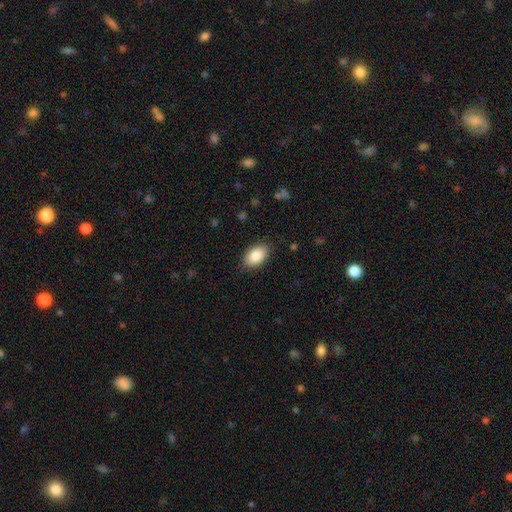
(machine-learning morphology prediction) smooth 88%, star or artifact 7%, featured or disk 6%. Down the decision tree: how rounded — in between (92%); merging — none (86%).